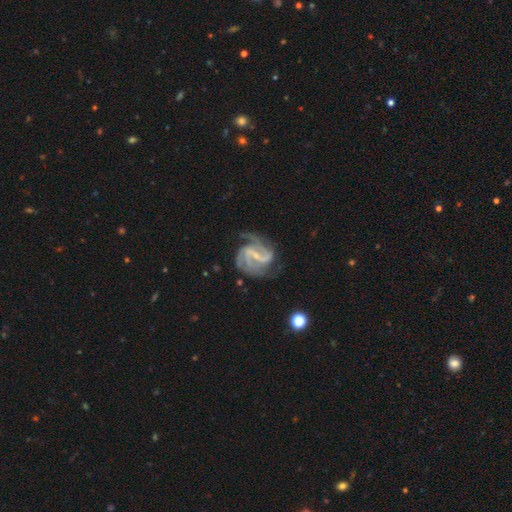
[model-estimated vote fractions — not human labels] Smooth or featured? featured or disk (92%)
Edge-on disk? no (98%)
Bar? strong (44%)
Spiral arms? yes (98%)
Spiral winding? medium (53%)
Spiral arm count? 3 (40%)
Bulge size? small (70%)
Merging? none (68%)